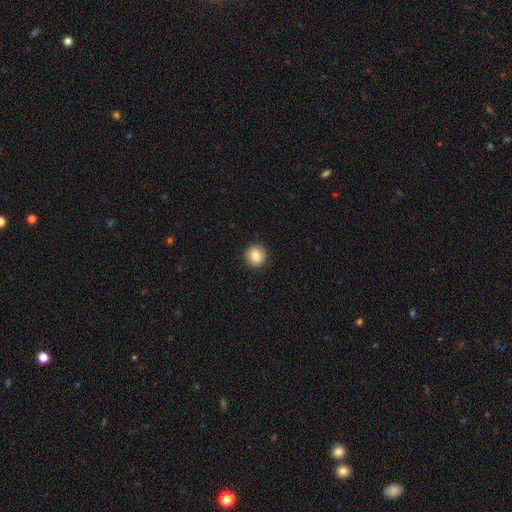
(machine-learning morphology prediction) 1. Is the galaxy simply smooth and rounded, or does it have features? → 84% smooth, 9% star or artifact, 7% featured or disk.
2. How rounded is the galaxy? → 92% round, 7% in between, 1% cigar-shaped.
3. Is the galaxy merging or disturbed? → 92% none, 6% minor disturbance, 2% major disturbance, 1% merger.